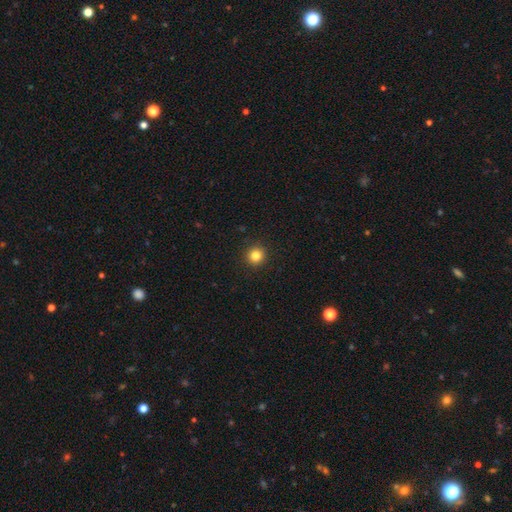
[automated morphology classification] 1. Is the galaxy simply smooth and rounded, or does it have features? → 83% smooth, 12% star or artifact, 5% featured or disk.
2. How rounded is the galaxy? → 94% round, 5% in between, 1% cigar-shaped.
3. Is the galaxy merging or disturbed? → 93% none, 5% minor disturbance, 2% major disturbance, 1% merger.